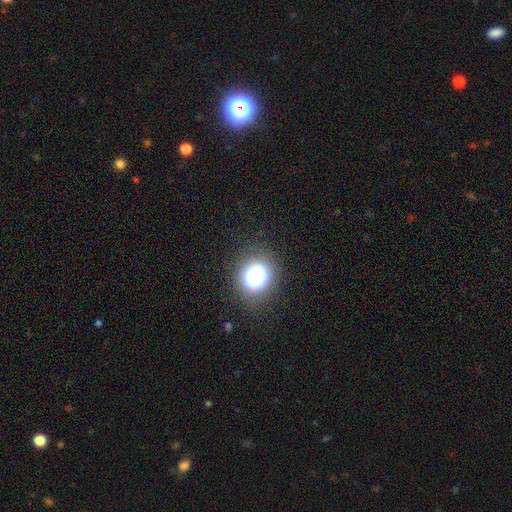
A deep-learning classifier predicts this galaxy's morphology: type=smooth (78%); roundness=round (70%); merging=none (85%).